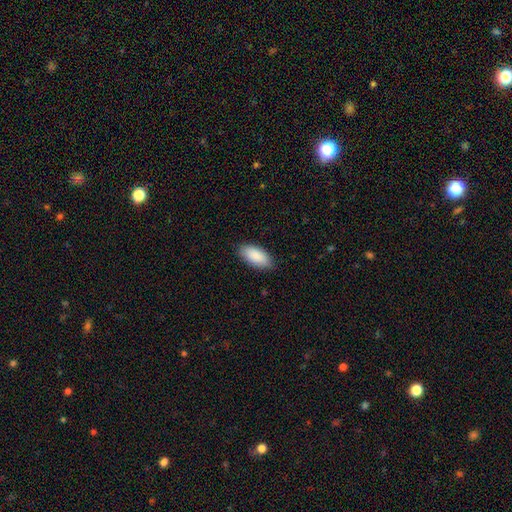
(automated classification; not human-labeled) smooth_or_featured: smooth (p=0.90) [alt: star or artifact p=0.05]
how_rounded: in between (p=0.92) [alt: cigar-shaped p=0.07]
merging: none (p=0.87) [alt: minor disturbance p=0.10]